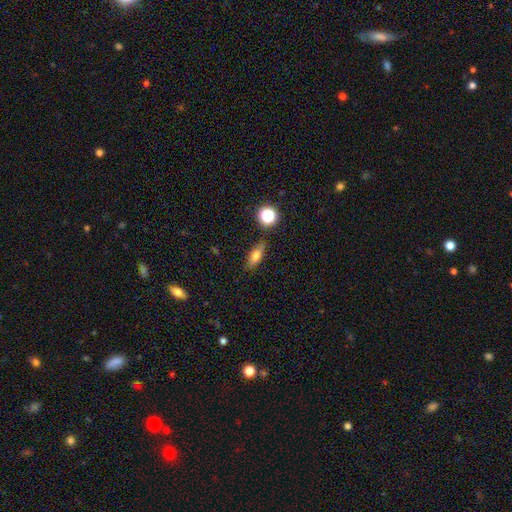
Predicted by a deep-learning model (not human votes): Morphology: type=smooth (70%); roundness=in between (66%); merging=none (80%).